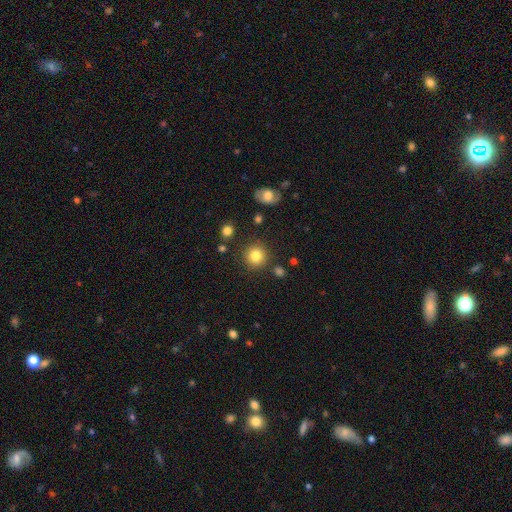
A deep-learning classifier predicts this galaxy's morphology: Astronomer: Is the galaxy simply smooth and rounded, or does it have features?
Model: smooth — 83%.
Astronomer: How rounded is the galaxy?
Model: round — 93%.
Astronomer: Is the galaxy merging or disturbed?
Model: none — 87%.